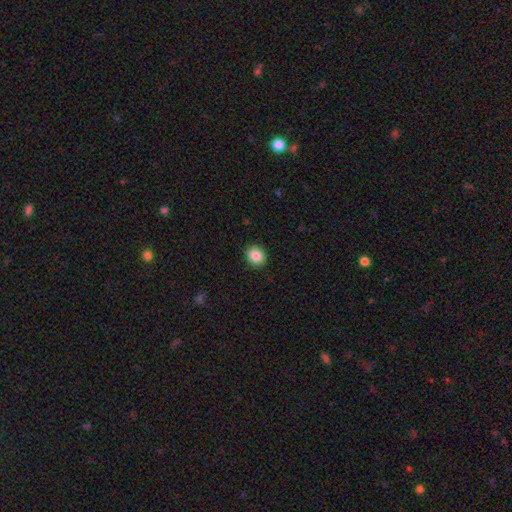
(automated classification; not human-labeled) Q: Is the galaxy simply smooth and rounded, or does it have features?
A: smooth — 86%.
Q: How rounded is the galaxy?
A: round — 63%.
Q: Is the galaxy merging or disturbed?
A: none — 91%.